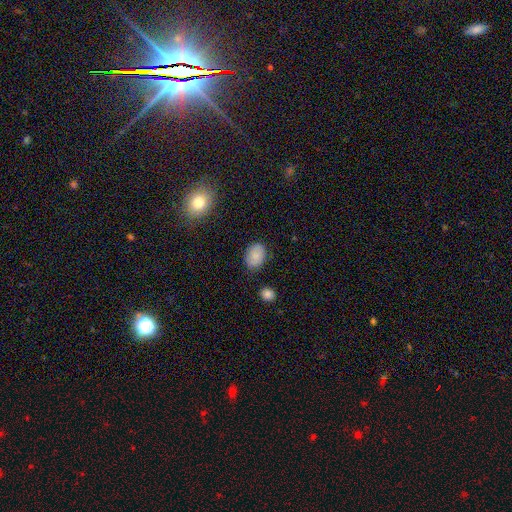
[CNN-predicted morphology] A smooth galaxy with no disk features (82%) that is in between round and cigar-shaped (79%). Merging: none (80%).